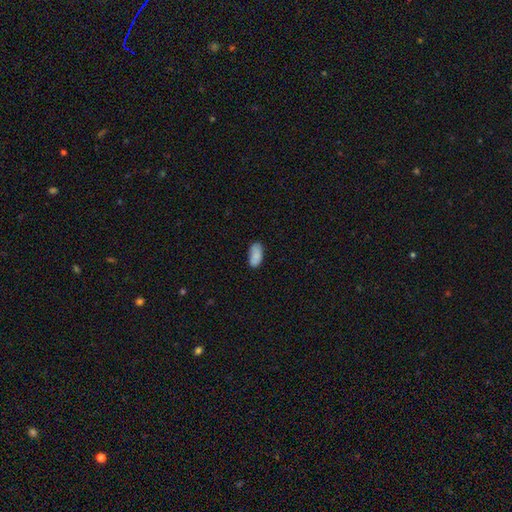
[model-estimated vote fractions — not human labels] The model was most divided on "merging": none: 71%, minor disturbance: 22%, major disturbance: 4%, merger: 2%. More confident: how rounded — in between (92%); smooth or featured — smooth (86%).